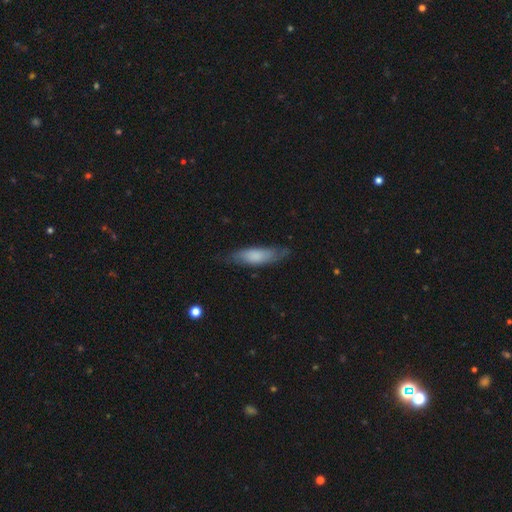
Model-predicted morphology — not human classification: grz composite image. It shows a smooth galaxy with no disk features (72%) that is in between round and cigar-shaped (50%). Merging: none (67%).